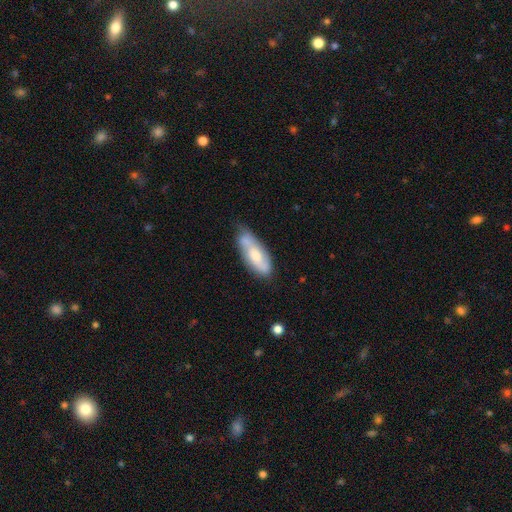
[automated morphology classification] This appears to be a smooth galaxy with no disk features (48%). Merging: none (51%).